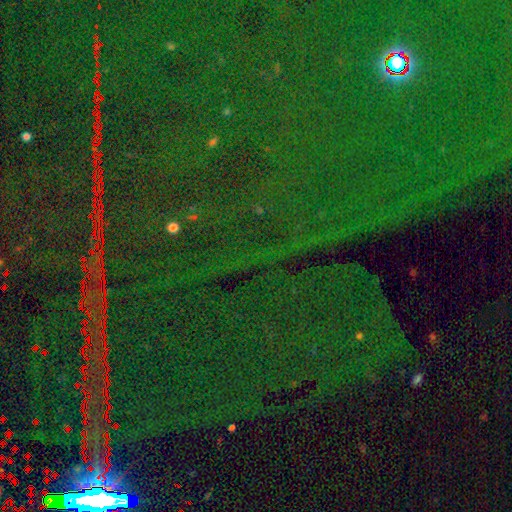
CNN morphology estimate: Smooth or featured?
  - star or artifact: 87% *
  - featured or disk: 7%
  - smooth: 7%